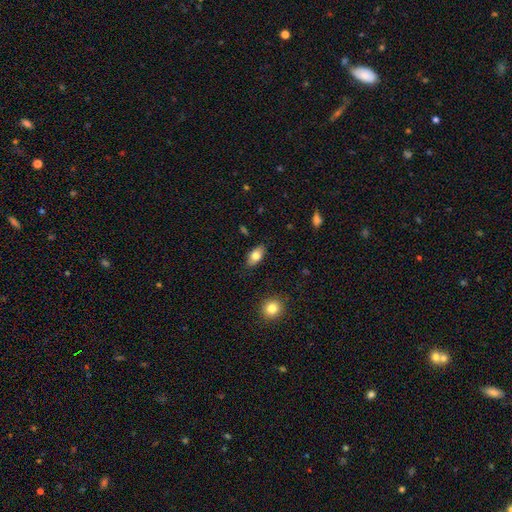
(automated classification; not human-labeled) This appears to be a smooth galaxy with no disk features (77%) that is in between round and cigar-shaped (90%). Merging: none (85%).